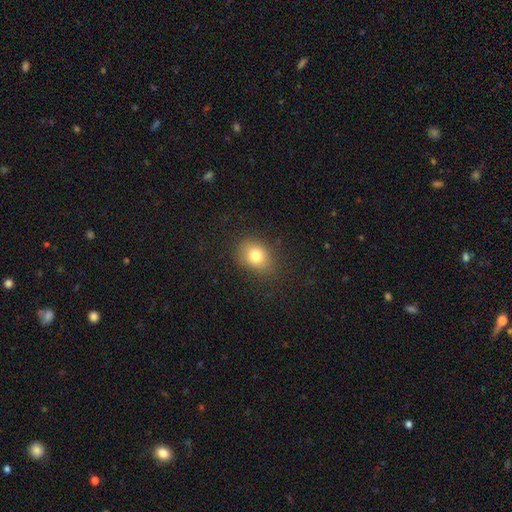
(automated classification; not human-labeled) Q: Smooth or featured?
A: smooth (78%); runner-up: star or artifact (12%)
Q: How rounded?
A: in between (54%); runner-up: round (45%)
Q: Merging?
A: none (80%); runner-up: minor disturbance (14%)